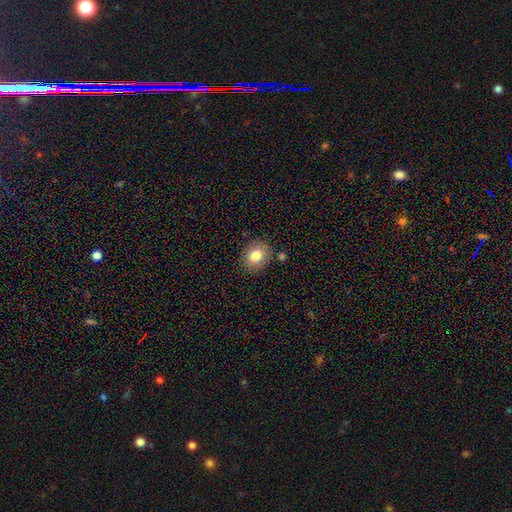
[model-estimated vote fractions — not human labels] Q: Smooth or featured?
A: smooth (80%); runner-up: featured or disk (10%)
Q: How rounded?
A: round (56%); runner-up: in between (43%)
Q: Merging?
A: none (83%); runner-up: minor disturbance (11%)